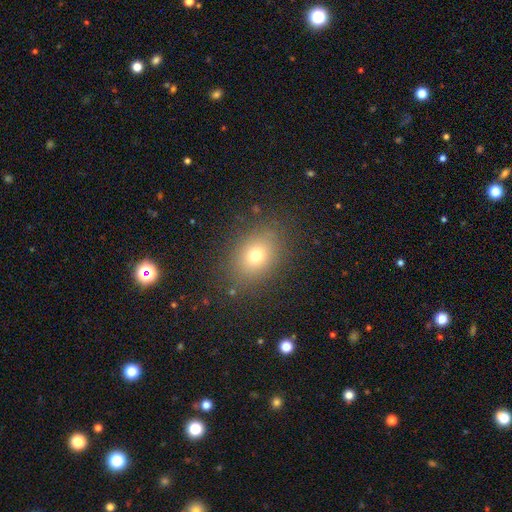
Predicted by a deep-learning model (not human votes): smooth 72%, star or artifact 15%, featured or disk 12%. Down the decision tree: how rounded — in between (66%); merging — none (84%).